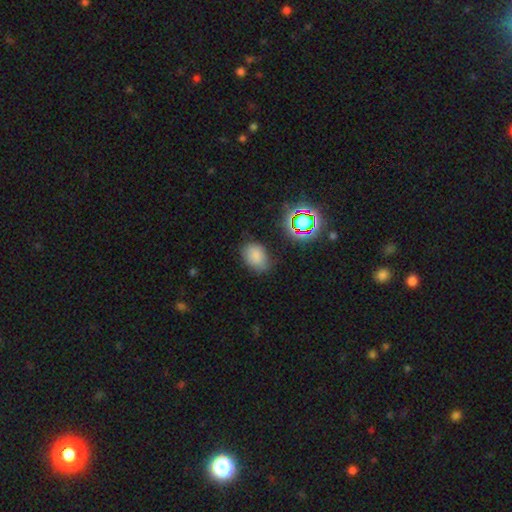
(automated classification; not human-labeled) smooth-or-featured: smooth: 76% | star or artifact: 16% | featured or disk: 8%
  how-rounded: in between: 74% | round: 25% | cigar-shaped: 1%
  merging: none: 71% | minor disturbance: 21% | major disturbance: 6% | merger: 3%